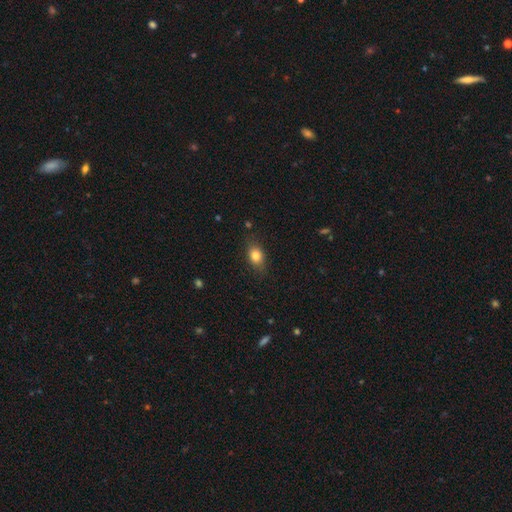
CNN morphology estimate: smooth_or_featured: smooth (p=0.80) [alt: star or artifact p=0.10]
how_rounded: in between (p=0.68) [alt: round p=0.29]
merging: none (p=0.80) [alt: minor disturbance p=0.15]